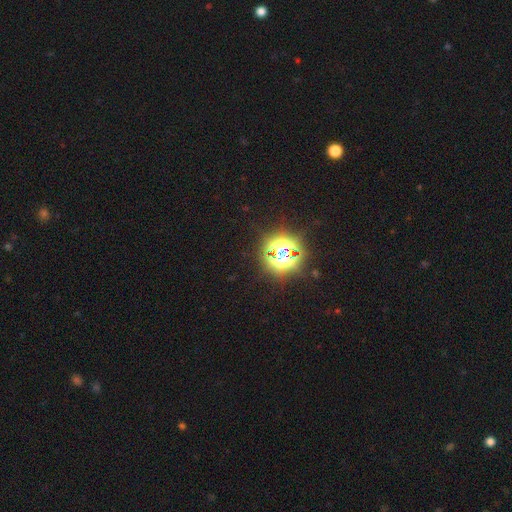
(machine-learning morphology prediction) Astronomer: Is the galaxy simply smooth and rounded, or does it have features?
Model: star or artifact — 81%.